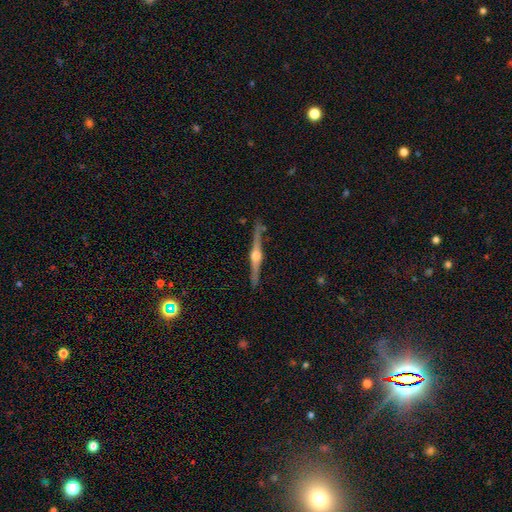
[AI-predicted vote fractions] A featured or disk galaxy (85%) viewed edge-on (98%) with a rounded central bulge (93%). Merging: none (88%).